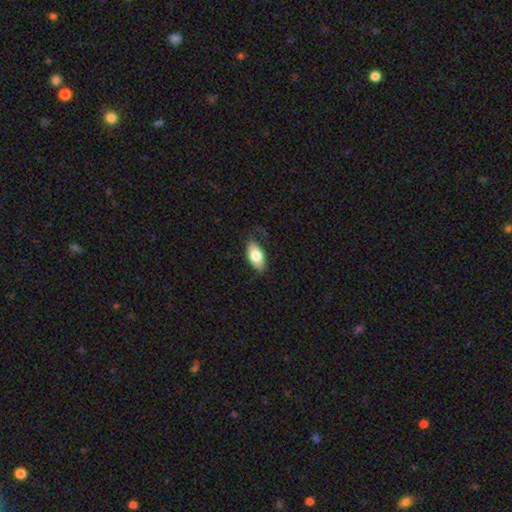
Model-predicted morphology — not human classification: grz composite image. It shows a smooth galaxy with no disk features (76%) that is in between round and cigar-shaped (90%). Merging: none (79%).